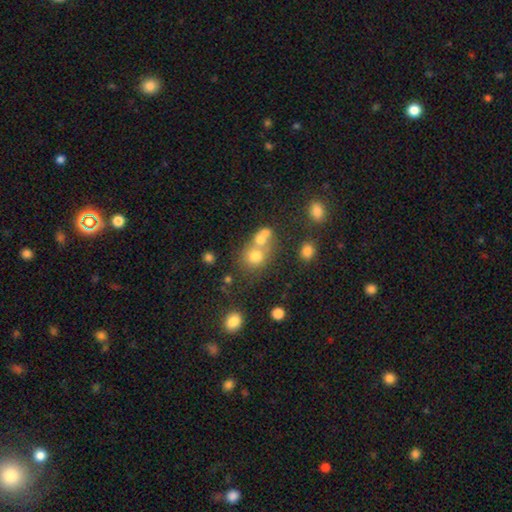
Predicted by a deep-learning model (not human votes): smooth 69%, star or artifact 16%, featured or disk 15%. Down the decision tree: how rounded — round (78%); merging — merger (46%).